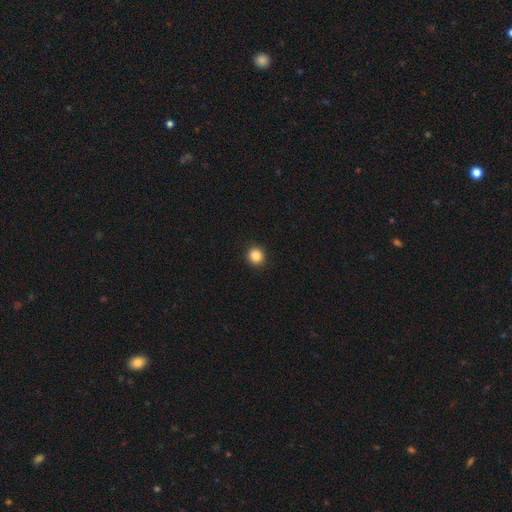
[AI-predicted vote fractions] Q: Smooth or featured?
A: smooth (86%); runner-up: star or artifact (10%)
Q: How rounded?
A: round (89%); runner-up: in between (10%)
Q: Merging?
A: none (92%); runner-up: minor disturbance (6%)